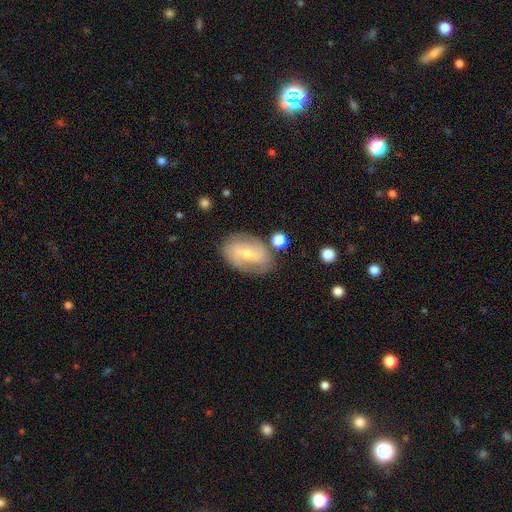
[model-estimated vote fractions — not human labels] Smooth or featured? Predicted: featured or disk (p=0.60). Edge-on disk? Predicted: no (p=0.94). Bar? Predicted: weak (p=0.45). Spiral arms? Predicted: yes (p=0.73). Bulge size? Predicted: small (p=0.60). Merging? Predicted: none (p=0.72).